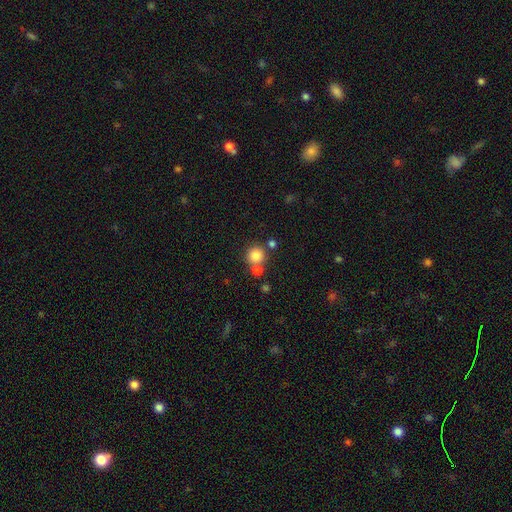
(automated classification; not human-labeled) smooth_or_featured: smooth (p=0.82) [alt: star or artifact p=0.12]
how_rounded: round (p=0.93) [alt: in between p=0.06]
merging: none (p=0.66) [alt: merger p=0.23]